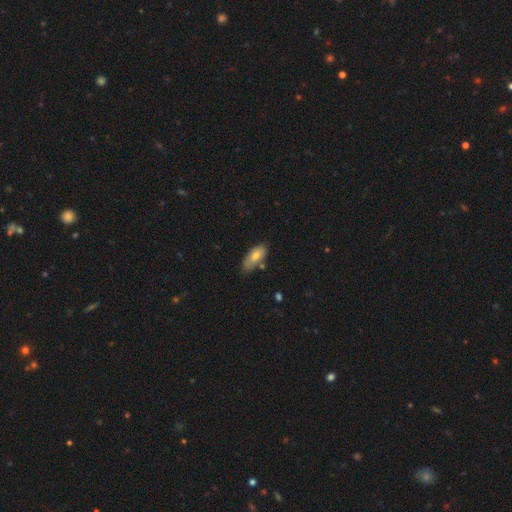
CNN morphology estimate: A smooth galaxy with no disk features (71%) that is in between round and cigar-shaped (83%). Merging: none (68%).